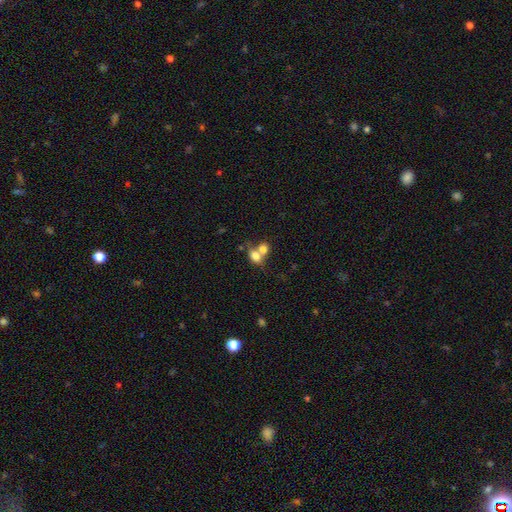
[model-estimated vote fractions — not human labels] This appears to be a smooth galaxy with no disk features (75%) that is in between round and cigar-shaped (62%). Merging: merger (60%).